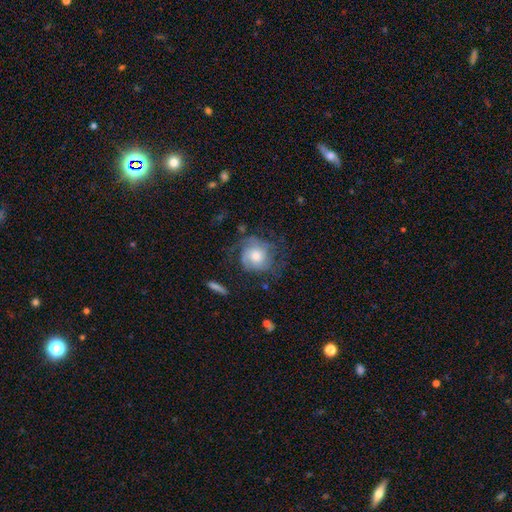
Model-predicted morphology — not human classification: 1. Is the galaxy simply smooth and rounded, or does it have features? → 58% featured or disk, 34% smooth, 8% star or artifact.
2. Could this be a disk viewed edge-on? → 97% no, 3% yes.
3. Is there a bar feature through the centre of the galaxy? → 78% no, 19% weak, 3% strong.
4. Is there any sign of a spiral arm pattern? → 83% yes, 17% no.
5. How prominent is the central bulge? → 55% moderate, 26% large, 14% small, 3% none, 3% dominant.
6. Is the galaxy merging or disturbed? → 56% none, 21% minor disturbance, 20% major disturbance, 2% merger.